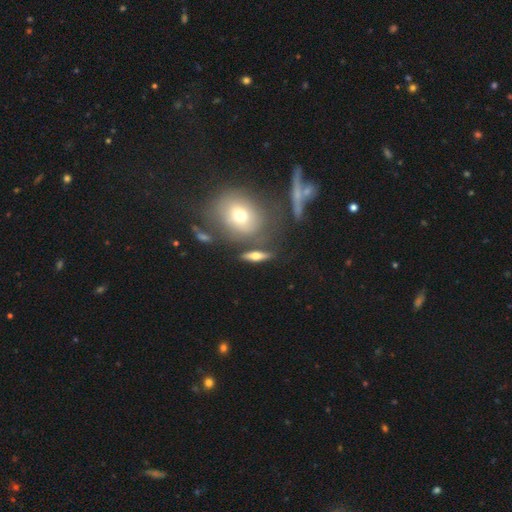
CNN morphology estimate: smooth-or-featured: featured or disk: 48% | smooth: 42% | star or artifact: 10%
  merging: none: 74% | minor disturbance: 12% | merger: 10% | major disturbance: 5%